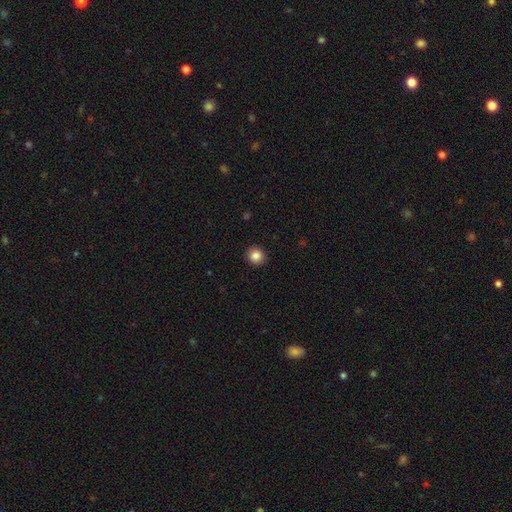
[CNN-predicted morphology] Smooth or featured? smooth (86%)
How rounded? round (92%)
Merging? none (93%)